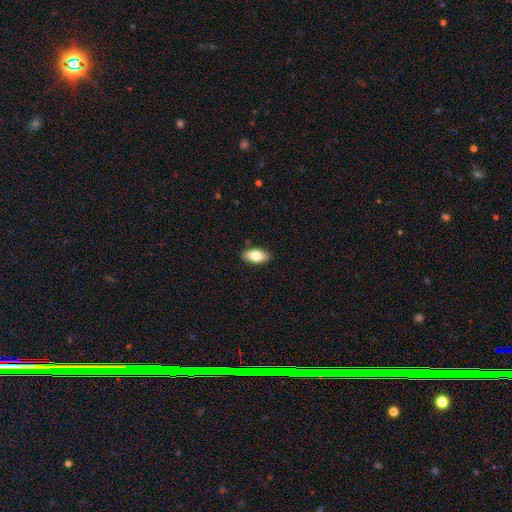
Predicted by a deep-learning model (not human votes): A smooth galaxy with no disk features (81%) that is in between round and cigar-shaped (91%).

Vote fractions:
- Smooth or featured? smooth: 81% / featured or disk: 13% / star or artifact: 6%
- How rounded? in between: 91% / cigar-shaped: 6% / round: 3%
- Merging? none: 88% / minor disturbance: 9% / major disturbance: 2% / merger: 1%